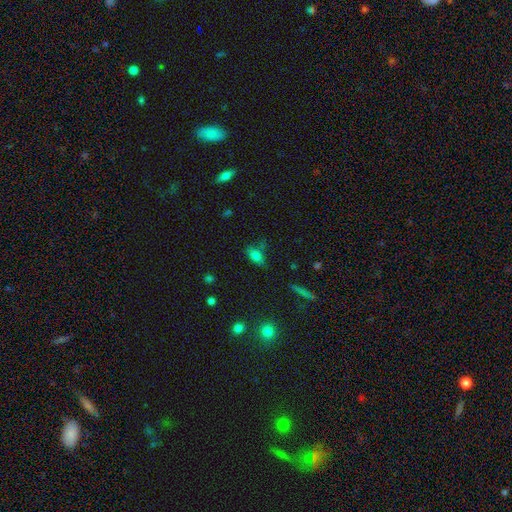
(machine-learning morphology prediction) This is likely a smooth galaxy (74%). How rounded: likely in between (78%). Merging: possibly none (56%).